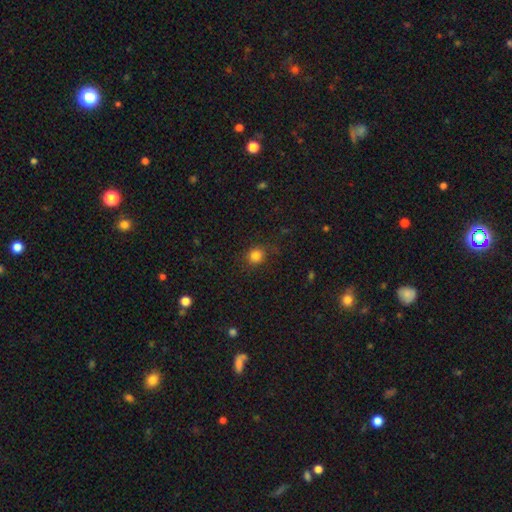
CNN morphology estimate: Smooth or featured? smooth (82%)
How rounded? round (80%)
Merging? none (79%)